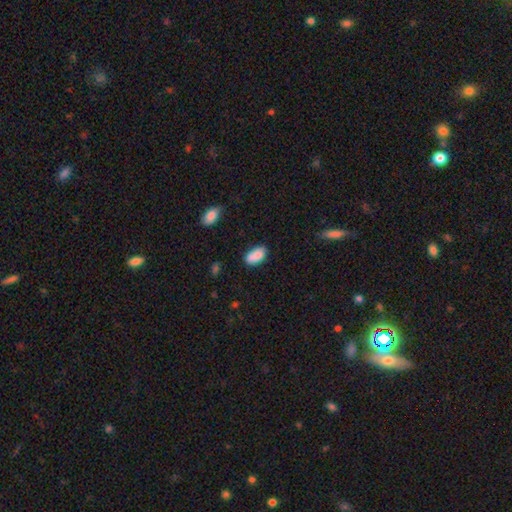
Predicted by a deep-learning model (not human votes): This appears to be a smooth galaxy with no disk features (87%) that is in between round and cigar-shaped (92%). Merging: none (74%).